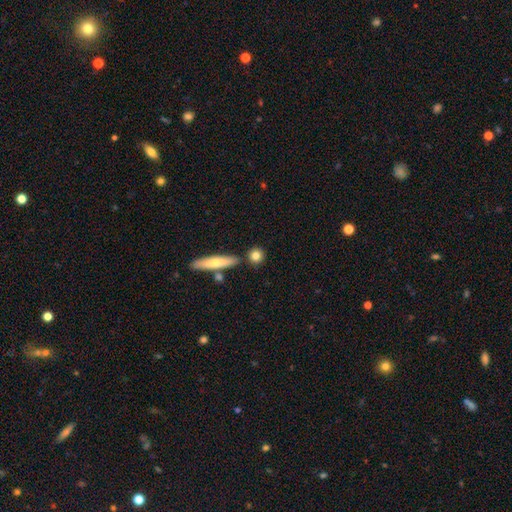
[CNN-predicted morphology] The model was most divided on "how rounded": round: 75%, in between: 15%, cigar-shaped: 10%. More confident: smooth or featured — smooth (80%); merging — none (78%).